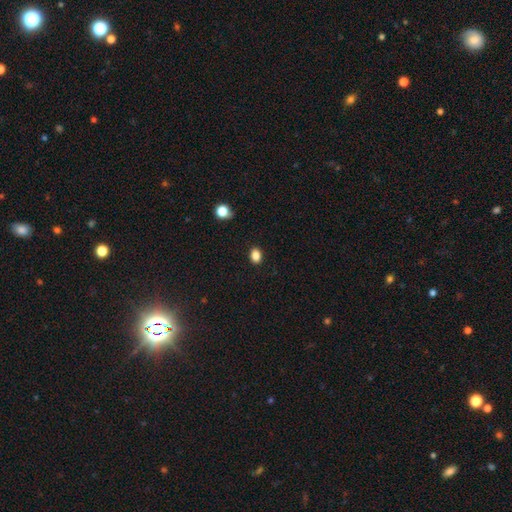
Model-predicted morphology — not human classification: smooth-or-featured: smooth: 85% | star or artifact: 11% | featured or disk: 4%
  how-rounded: in between: 68% | round: 31% | cigar-shaped: 1%
  merging: none: 89% | minor disturbance: 8% | major disturbance: 2% | merger: 1%